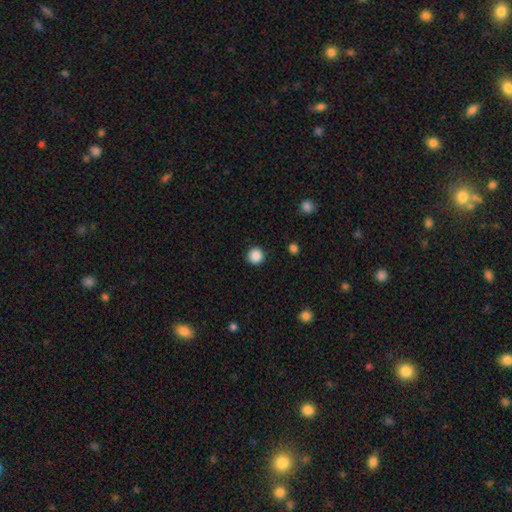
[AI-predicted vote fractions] Smooth or featured? Predicted: smooth (p=0.87). How rounded? Predicted: round (p=0.95). Merging? Predicted: none (p=0.91).